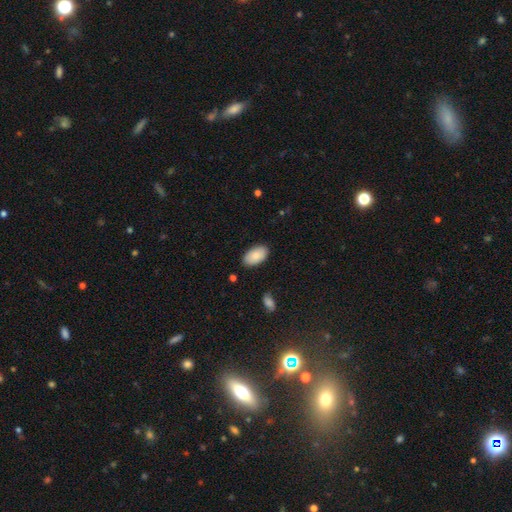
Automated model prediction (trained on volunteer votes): Morphology: type=smooth (85%); roundness=in between (96%); merging=none (86%).